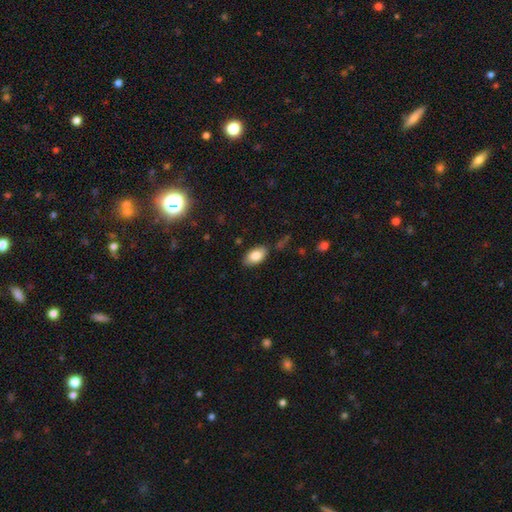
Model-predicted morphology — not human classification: The model was most divided on "merging": none: 82%, minor disturbance: 13%, major disturbance: 3%, merger: 2%. More confident: how rounded — in between (93%); smooth or featured — smooth (84%).